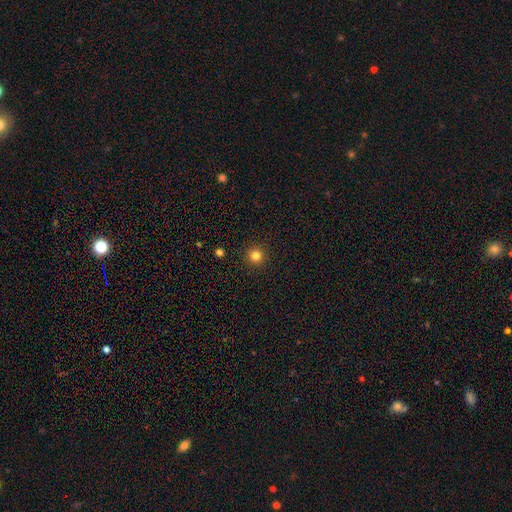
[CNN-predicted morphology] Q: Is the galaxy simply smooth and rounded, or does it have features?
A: smooth — 81%.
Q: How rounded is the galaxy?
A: round — 95%.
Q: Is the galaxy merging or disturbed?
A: none — 93%.